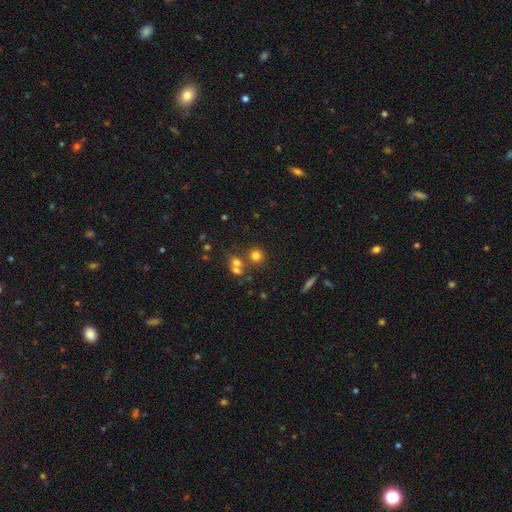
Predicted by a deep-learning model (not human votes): A smooth galaxy with no disk features (72%) that is round (89%). Merging: none (63%).